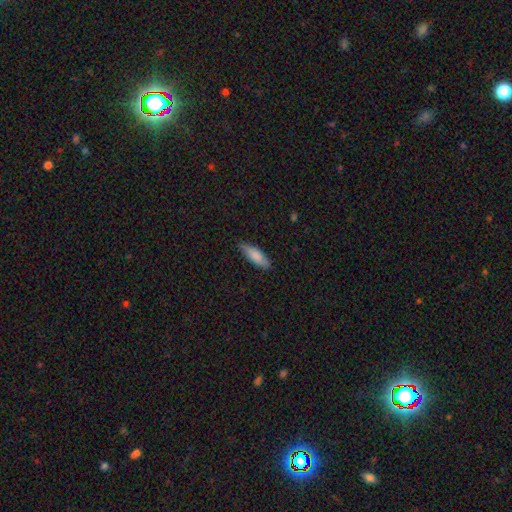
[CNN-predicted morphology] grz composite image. It shows a smooth galaxy with no disk features (84%) that is in between round and cigar-shaped (55%). Merging: none (81%).